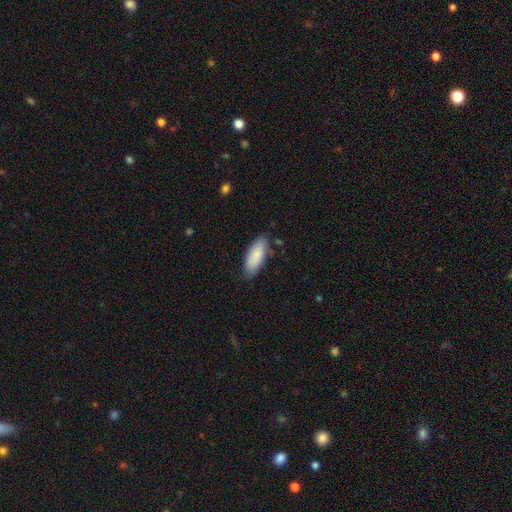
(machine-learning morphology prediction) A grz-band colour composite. It shows a smooth galaxy with no disk features (87%) that is in between round and cigar-shaped (81%). Merging: none (79%).